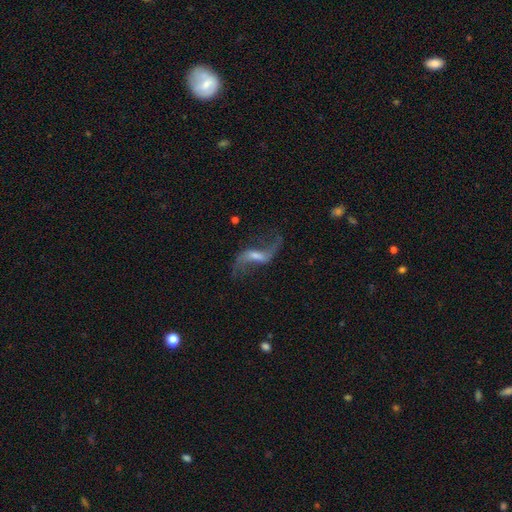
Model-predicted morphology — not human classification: Q: Smooth or featured?
A: featured or disk (87%); runner-up: star or artifact (7%)
Q: Edge-on disk?
A: no (94%); runner-up: yes (6%)
Q: Bar?
A: weak (47%); runner-up: strong (28%)
Q: Spiral arms?
A: yes (95%); runner-up: no (5%)
Q: Spiral winding?
A: loose (93%); runner-up: medium (5%)
Q: Spiral arm count?
A: 2 (93%); runner-up: 1 (2%)
Q: Bulge size?
A: small (46%); runner-up: moderate (32%)
Q: Merging?
A: none (72%); runner-up: minor disturbance (13%)